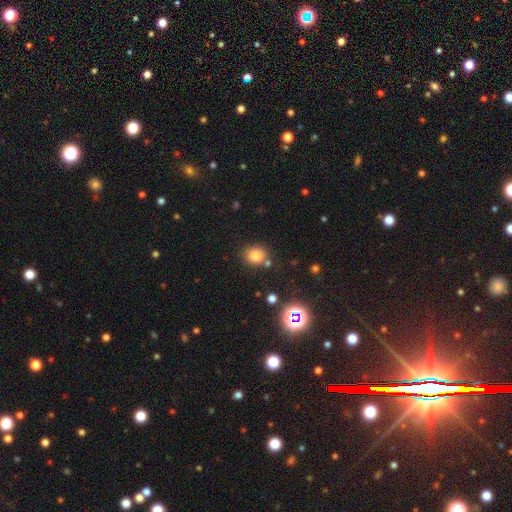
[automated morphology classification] smooth_or_featured: smooth (p=0.79) [alt: star or artifact p=0.14]
how_rounded: round (p=0.70) [alt: in between p=0.29]
merging: none (p=0.76) [alt: minor disturbance p=0.11]